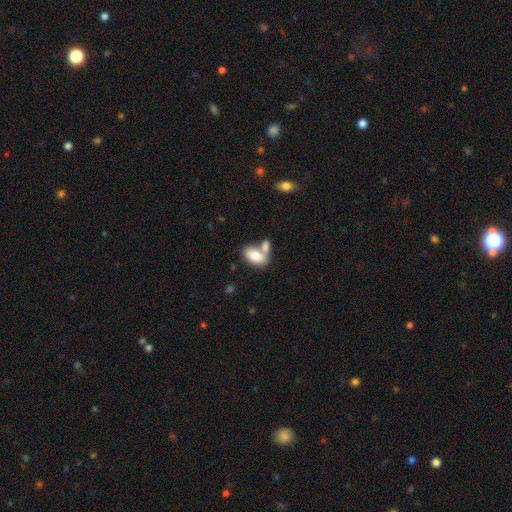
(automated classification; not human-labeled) Smooth or featured? smooth (82%)
How rounded? in between (93%)
Merging? merger (49%)